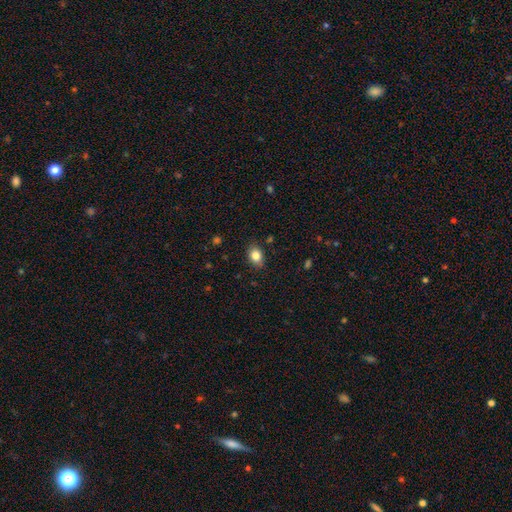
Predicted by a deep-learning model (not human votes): The model was most divided on "how rounded": in between: 71%, round: 27%, cigar-shaped: 1%. More confident: merging — none (83%); smooth or featured — smooth (83%).